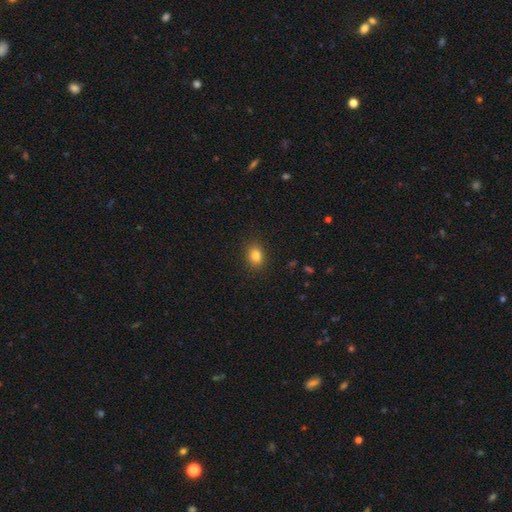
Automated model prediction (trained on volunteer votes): smooth-or-featured: smooth: 83% | star or artifact: 11% | featured or disk: 6%
  how-rounded: in between: 59% | round: 40% | cigar-shaped: 1%
  merging: none: 89% | minor disturbance: 8% | major disturbance: 2% | merger: 1%